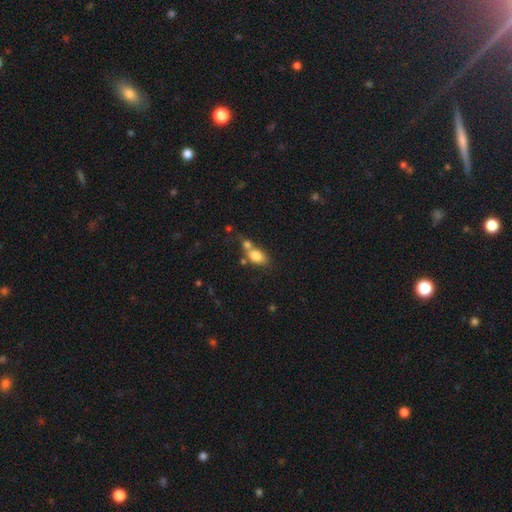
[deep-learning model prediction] Smooth or featured: smooth — 78% (featured or disk — 13%)
How rounded: in between — 77% (round — 20%)
Merging: merger — 50% (none — 32%)